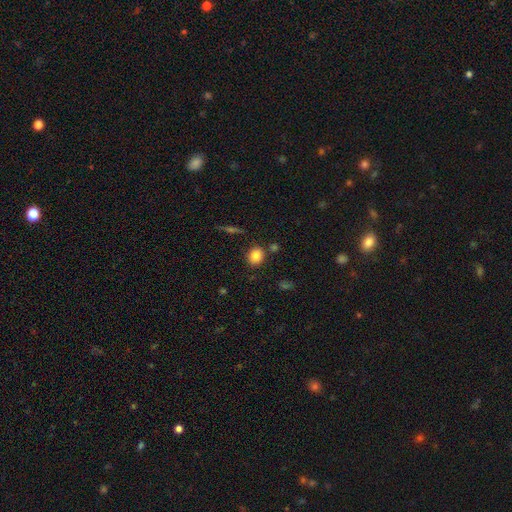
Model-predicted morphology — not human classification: A smooth galaxy with no disk features (82%) that is round (68%). Merging: none (82%).